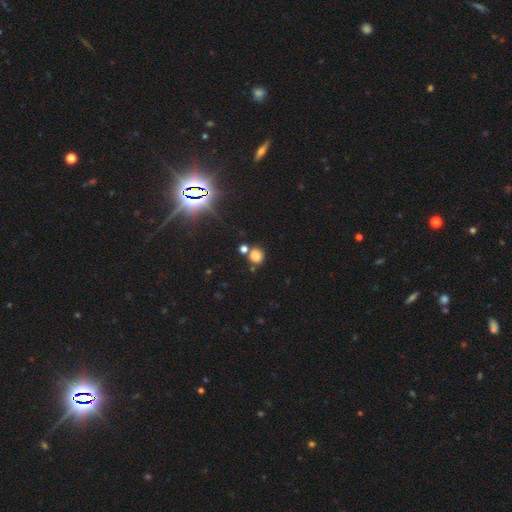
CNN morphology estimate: A smooth galaxy with no disk features (75%) that is round (84%).

Vote fractions:
- Smooth or featured? smooth: 75% / star or artifact: 19% / featured or disk: 6%
- How rounded? round: 84% / in between: 15% / cigar-shaped: 1%
- Merging? none: 69% / merger: 17% / minor disturbance: 10% / major disturbance: 4%